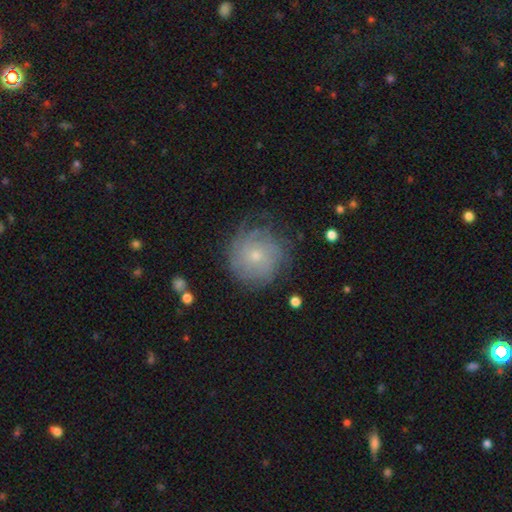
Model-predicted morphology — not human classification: featured or disk 53%, smooth 37%, star or artifact 10%. Down the decision tree: edge-on disk — no (97%); bar — no (84%); spiral arms — yes (77%); bulge size — small (75%); merging — none (66%).